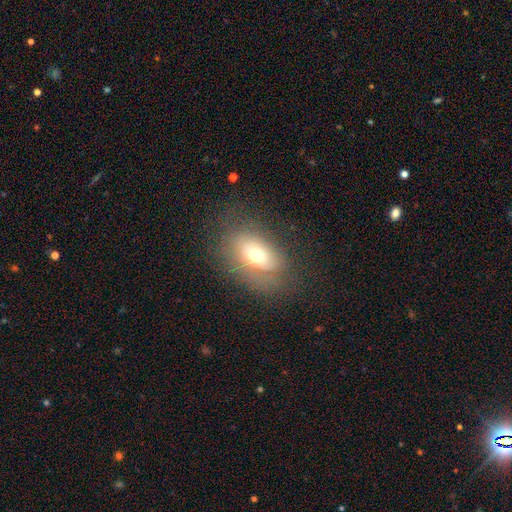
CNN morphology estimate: A smooth galaxy with no disk features (58%) that is in between round and cigar-shaped (85%).

Vote fractions:
- Smooth or featured? smooth: 58% / featured or disk: 31% / star or artifact: 11%
- How rounded? in between: 85% / round: 13% / cigar-shaped: 2%
- Merging? none: 62% / minor disturbance: 22% / major disturbance: 14% / merger: 2%